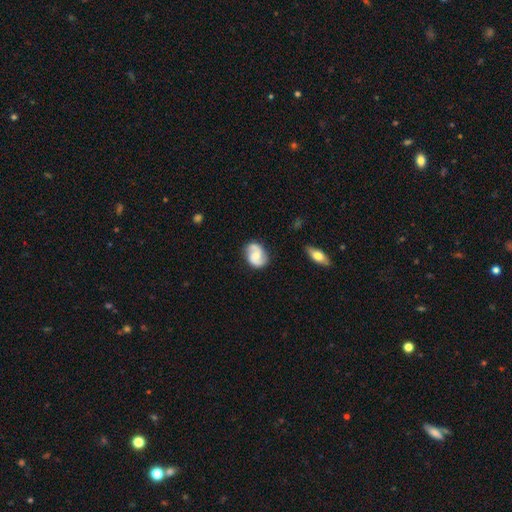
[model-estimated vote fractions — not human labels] Smooth or featured: featured or disk — 75% (smooth — 19%)
Edge-on disk: no — 98% (yes — 2%)
Bar: no — 51% (weak — 40%)
Spiral arms: yes — 95% (no — 5%)
Spiral winding: medium — 48% (loose — 31%)
Spiral arm count: 2 — 91% (can't tell — 4%)
Bulge size: moderate — 46% (small — 37%)
Merging: none — 78% (minor disturbance — 16%)